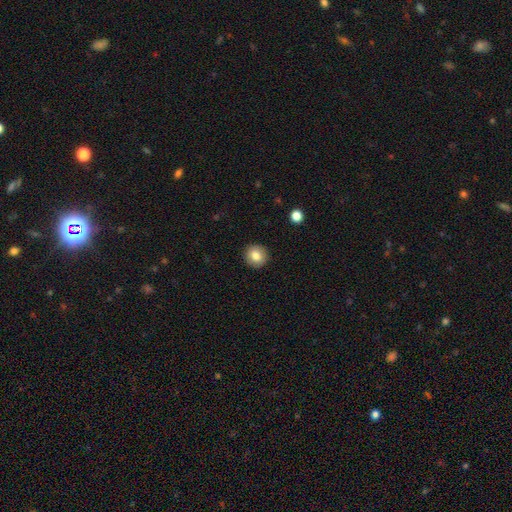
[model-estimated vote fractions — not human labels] smooth_or_featured: smooth (p=0.83) [alt: star or artifact p=0.09]
how_rounded: round (p=0.92) [alt: in between p=0.07]
merging: none (p=0.92) [alt: minor disturbance p=0.06]